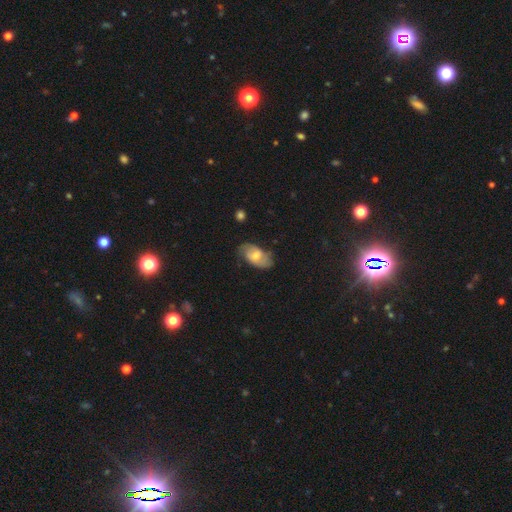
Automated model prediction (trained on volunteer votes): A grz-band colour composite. It shows a featured or disk galaxy (52%). Merging: none (70%).